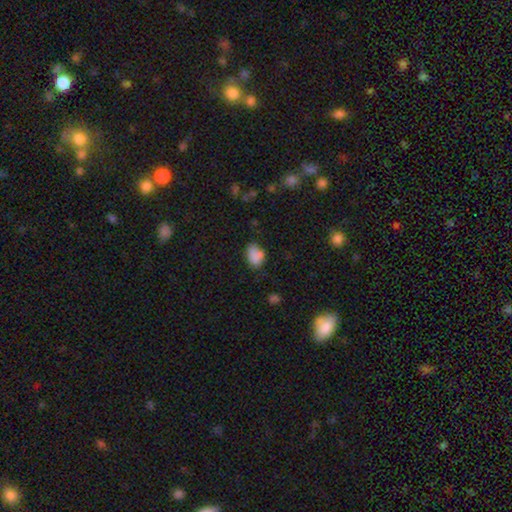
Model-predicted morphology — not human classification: Q: Smooth or featured?
A: smooth (84%); runner-up: star or artifact (10%)
Q: How rounded?
A: in between (78%); runner-up: round (20%)
Q: Merging?
A: none (61%); runner-up: minor disturbance (28%)